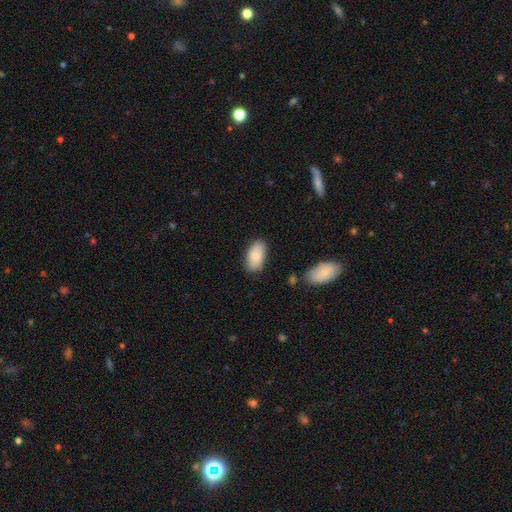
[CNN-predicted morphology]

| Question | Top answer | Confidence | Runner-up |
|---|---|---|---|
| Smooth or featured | smooth | 79% | featured or disk (15%) |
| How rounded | in between | 94% | round (3%) |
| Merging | none | 78% | minor disturbance (16%) |